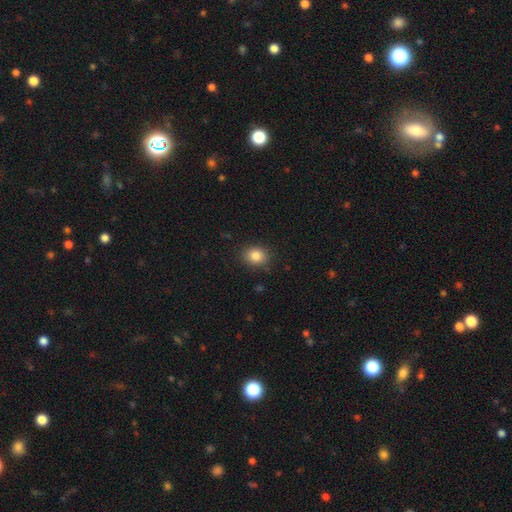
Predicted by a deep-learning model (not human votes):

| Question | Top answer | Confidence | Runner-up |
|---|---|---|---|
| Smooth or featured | smooth | 84% | star or artifact (10%) |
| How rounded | round | 63% | in between (36%) |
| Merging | none | 87% | minor disturbance (9%) |